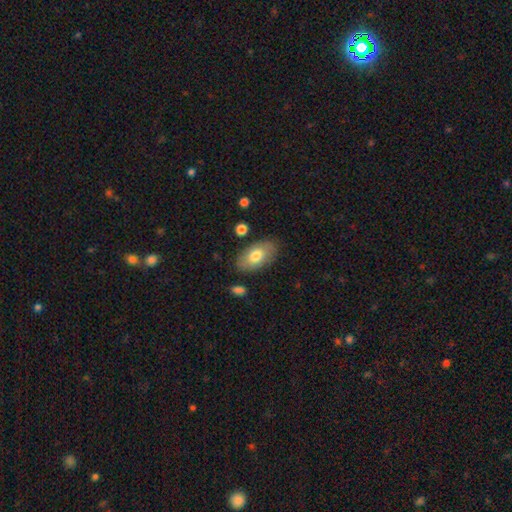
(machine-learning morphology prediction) The model was most divided on "smooth or featured": smooth: 73%, featured or disk: 21%, star or artifact: 6%. More confident: how rounded — in between (94%); merging — none (81%).